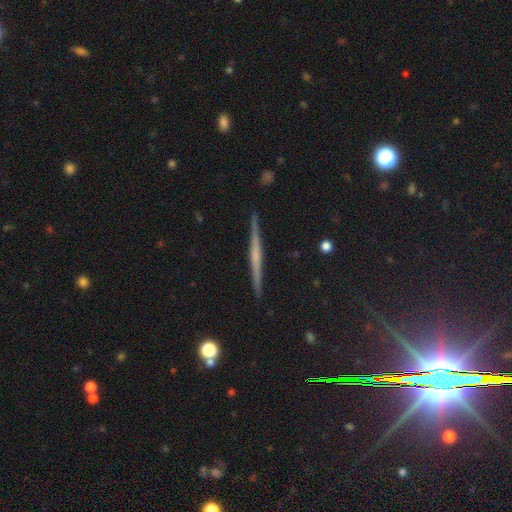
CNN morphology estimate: The model was most divided on "edge-on bulge": none: 58%, rounded: 29%, boxy: 13%. More confident: edge-on disk — yes (98%); merging — none (91%); smooth or featured — featured or disk (65%).